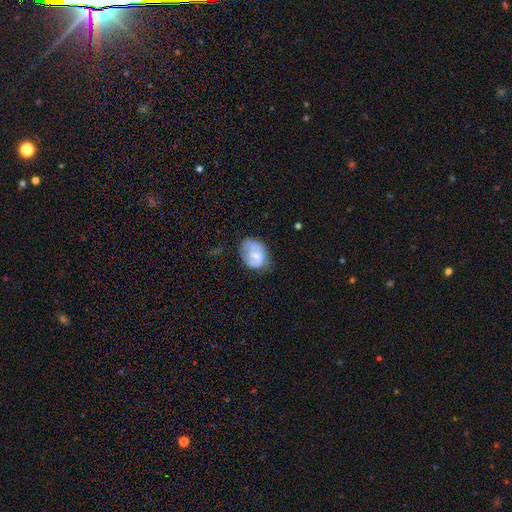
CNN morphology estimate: Smooth or featured?
  - featured or disk: 49% *
  - smooth: 43%
  - star or artifact: 7%
Merging?
  - none: 57% *
  - minor disturbance: 29%
  - major disturbance: 12%
  - merger: 2%